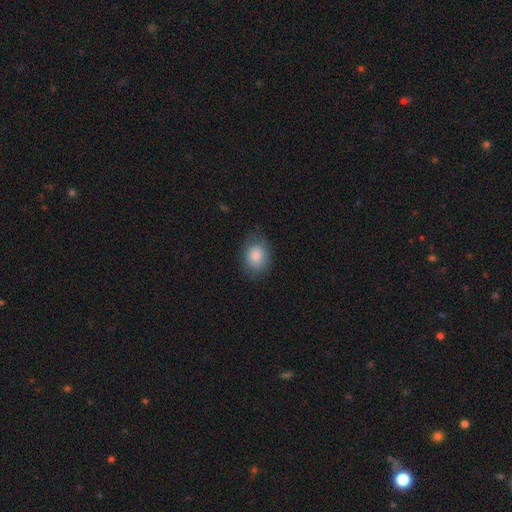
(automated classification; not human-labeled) This is clearly a smooth galaxy (85%). How rounded: likely in between (65%). Merging: likely none (79%).